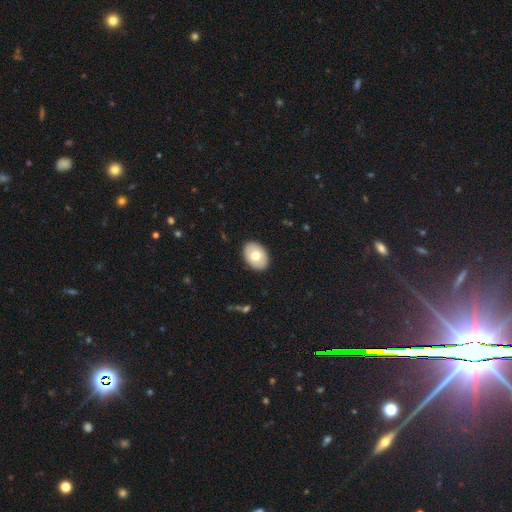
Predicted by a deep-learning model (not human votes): Smooth or featured: smooth — 69% (featured or disk — 24%)
How rounded: in between — 80% (round — 19%)
Merging: none — 90% (minor disturbance — 7%)